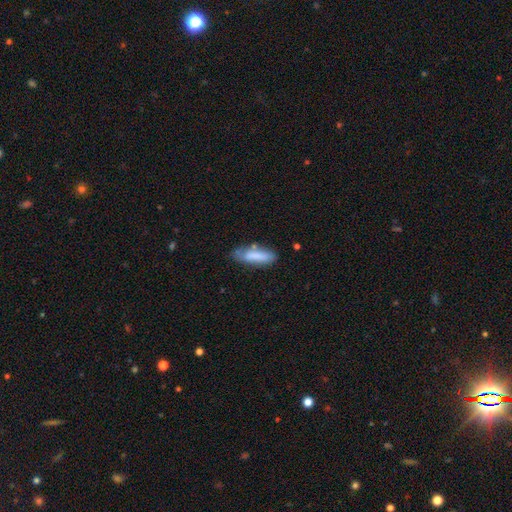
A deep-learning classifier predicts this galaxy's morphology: Smooth or featured?
  - smooth: 78% *
  - featured or disk: 15%
  - star or artifact: 7%
How rounded?
  - cigar-shaped: 54% *
  - in between: 44%
  - round: 2%
Merging?
  - none: 62% *
  - minor disturbance: 26%
  - major disturbance: 7%
  - merger: 5%